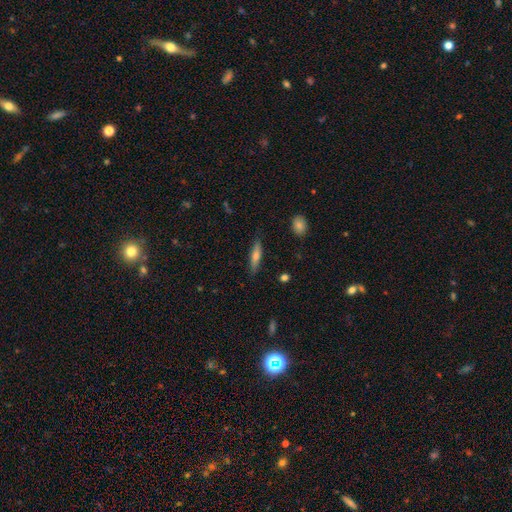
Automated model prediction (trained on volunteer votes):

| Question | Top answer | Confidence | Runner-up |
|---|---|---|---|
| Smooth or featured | smooth | 58% | featured or disk (35%) |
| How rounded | cigar-shaped | 79% | in between (19%) |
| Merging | none | 86% | minor disturbance (11%) |